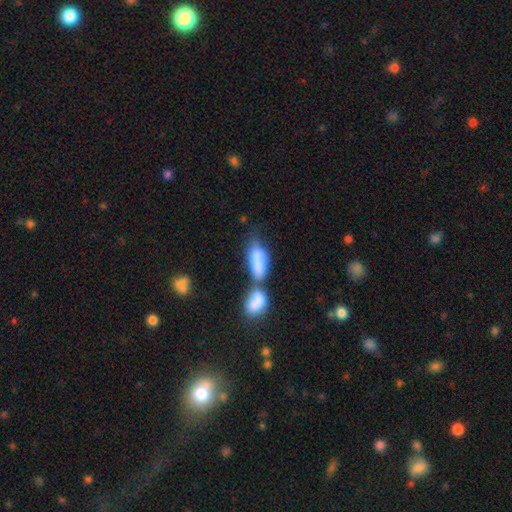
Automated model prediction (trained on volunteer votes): Overall: smooth (75%). How rounded: in between (79%). Merging: merger (65%).